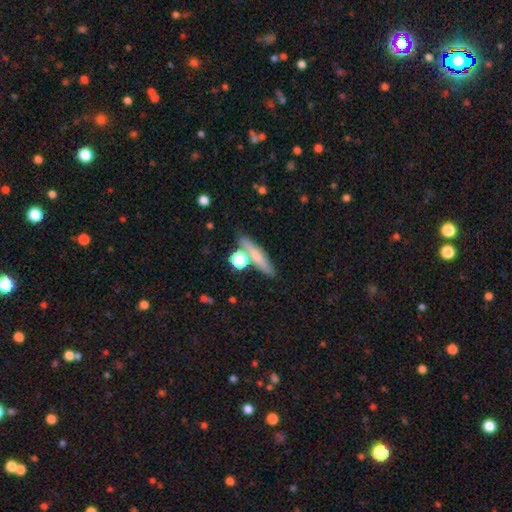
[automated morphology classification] smooth-or-featured: smooth: 63% | featured or disk: 28% | star or artifact: 9%
  how-rounded: cigar-shaped: 75% | in between: 15% | round: 10%
  merging: none: 72% | merger: 13% | minor disturbance: 11% | major disturbance: 4%